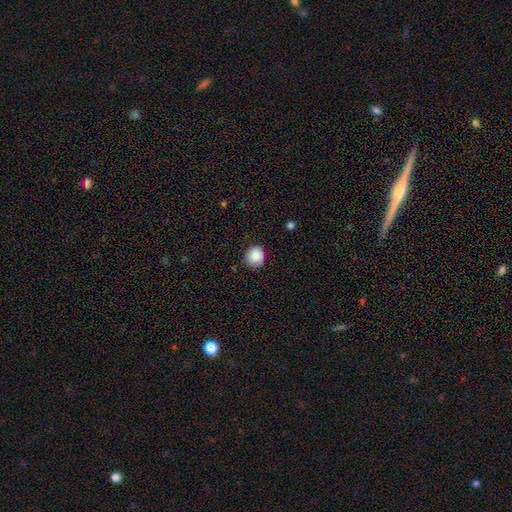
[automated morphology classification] type=smooth (88%); roundness=round (88%); merging=none (86%).